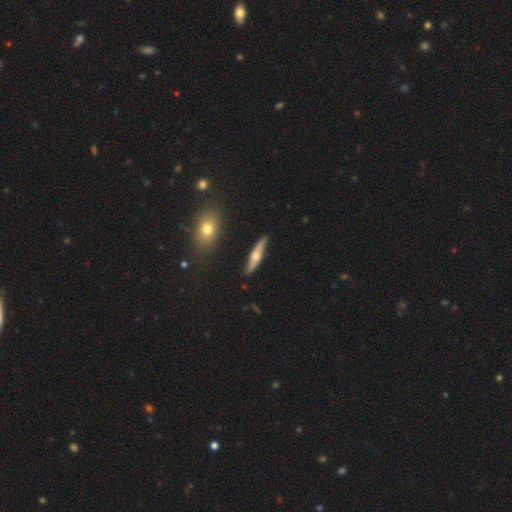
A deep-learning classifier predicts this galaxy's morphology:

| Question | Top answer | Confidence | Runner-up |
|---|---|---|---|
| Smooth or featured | featured or disk | 58% | smooth (36%) |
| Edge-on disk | yes | 86% | no (14%) |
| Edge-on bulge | rounded | 92% | none (5%) |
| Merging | none | 87% | minor disturbance (10%) |